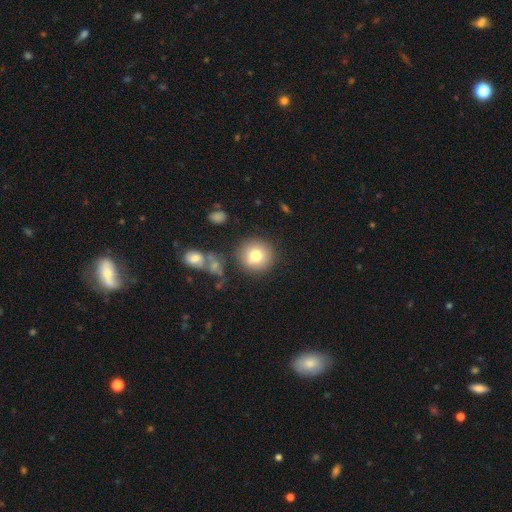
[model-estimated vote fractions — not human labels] smooth-or-featured: smooth: 76% | featured or disk: 13% | star or artifact: 11%
  how-rounded: round: 93% | in between: 6% | cigar-shaped: 1%
  merging: none: 83% | minor disturbance: 9% | merger: 5% | major disturbance: 3%